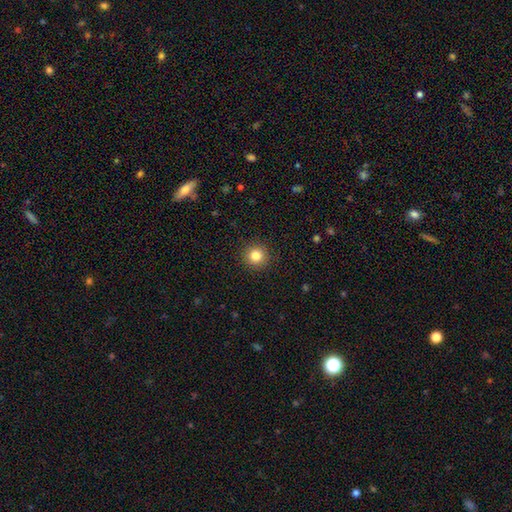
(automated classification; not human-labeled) This appears to be a smooth galaxy with no disk features (83%) that is round (95%). Merging: none (91%).